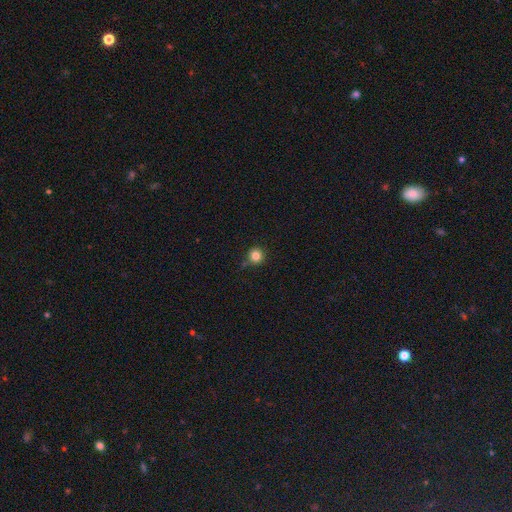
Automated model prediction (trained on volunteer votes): Smooth or featured?
  - smooth: 84% *
  - star or artifact: 12%
  - featured or disk: 4%
How rounded?
  - round: 95% *
  - in between: 4%
  - cigar-shaped: 1%
Merging?
  - none: 82% *
  - minor disturbance: 11%
  - merger: 4%
  - major disturbance: 3%